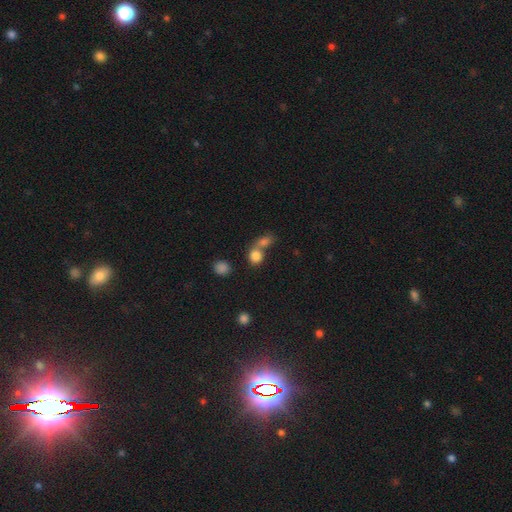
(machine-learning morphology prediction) Smooth or featured?
  - smooth: 81% *
  - star or artifact: 11%
  - featured or disk: 7%
How rounded?
  - round: 69% *
  - in between: 30%
  - cigar-shaped: 1%
Merging?
  - merger: 55% *
  - none: 35%
  - minor disturbance: 7%
  - major disturbance: 4%